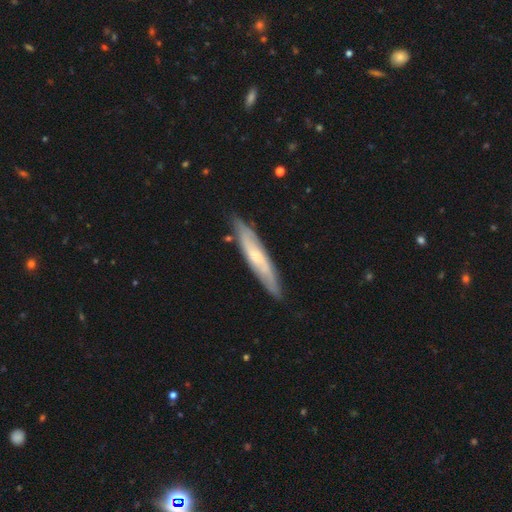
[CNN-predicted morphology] Smooth or featured? Predicted: featured or disk (p=0.59). Edge-on disk? Predicted: yes (p=0.59). Merging? Predicted: none (p=0.82).